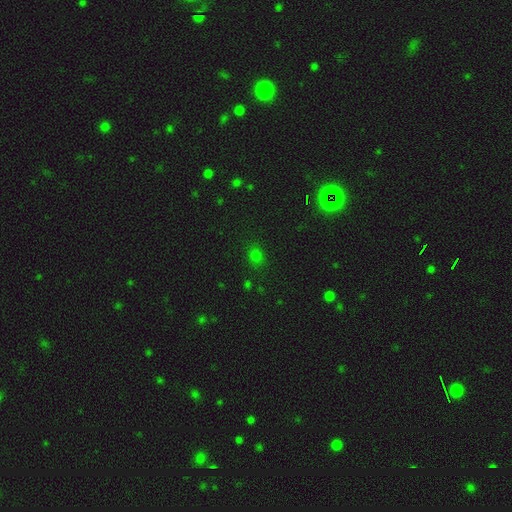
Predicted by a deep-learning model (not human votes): smooth_or_featured: smooth (p=0.72) [alt: star or artifact p=0.23]
how_rounded: round (p=0.63) [alt: in between p=0.36]
merging: none (p=0.82) [alt: minor disturbance p=0.12]